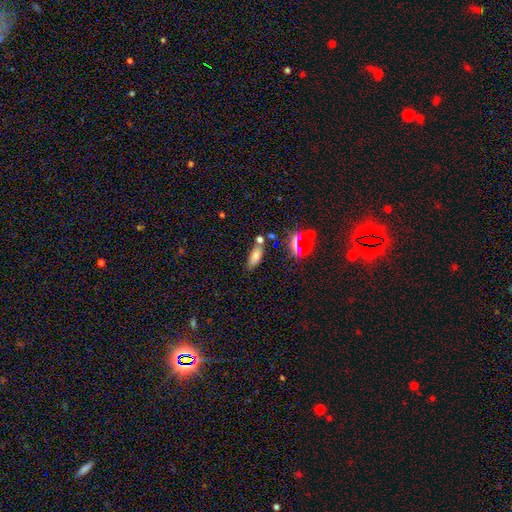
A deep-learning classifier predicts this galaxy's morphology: Smooth or featured? smooth (68%)
How rounded? in between (78%)
Merging? none (64%)